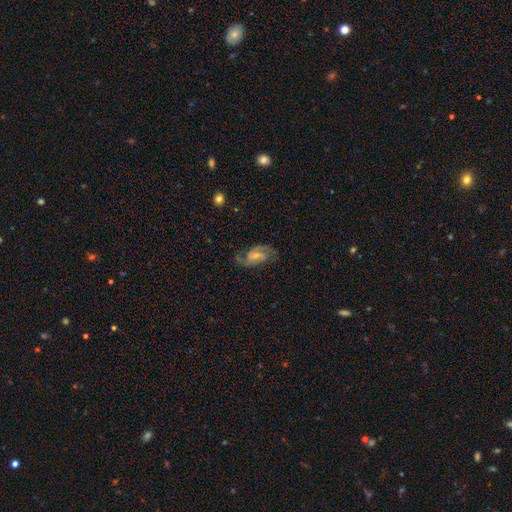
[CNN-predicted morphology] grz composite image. It shows a featured or disk galaxy (83%) with a weak bar (52%), 2 (90%) medium (55%) spiral arms (96%) and a small central bulge (55%). Merging: none (72%).